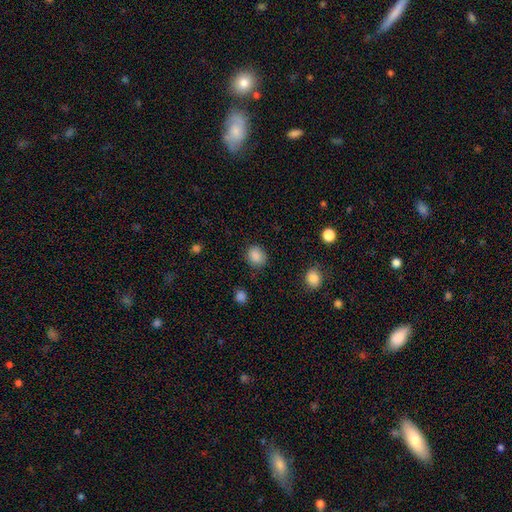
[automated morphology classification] type=smooth (87%); roundness=round (68%); merging=none (80%).